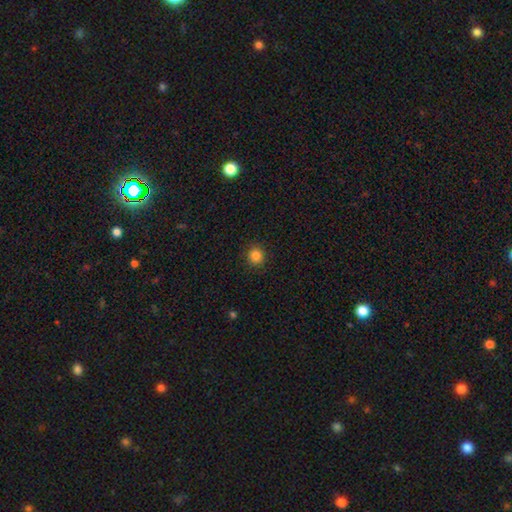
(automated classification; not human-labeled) smooth_or_featured: smooth (p=0.84) [alt: star or artifact p=0.12]
how_rounded: round (p=0.90) [alt: in between p=0.09]
merging: none (p=0.90) [alt: minor disturbance p=0.07]